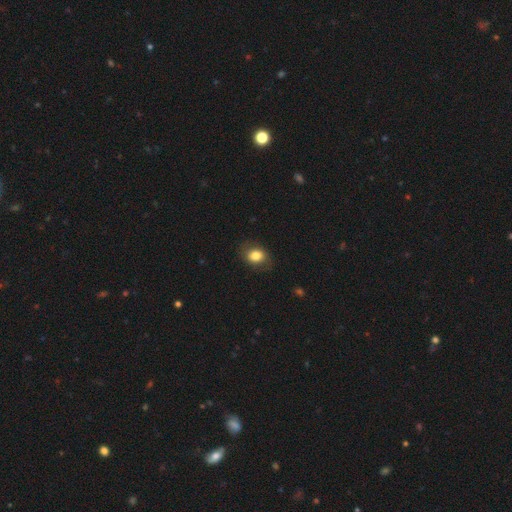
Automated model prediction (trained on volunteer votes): Smooth or featured? smooth (81%)
How rounded? in between (60%)
Merging? none (80%)